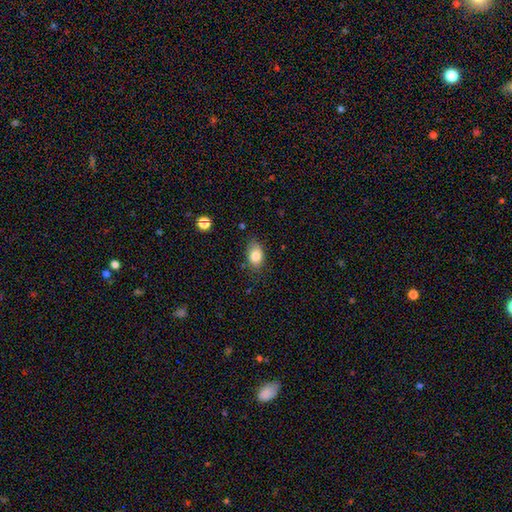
Overall: smooth (79%). How rounded: in between (84%). Merging: none (57%; minor disturbance 34%).